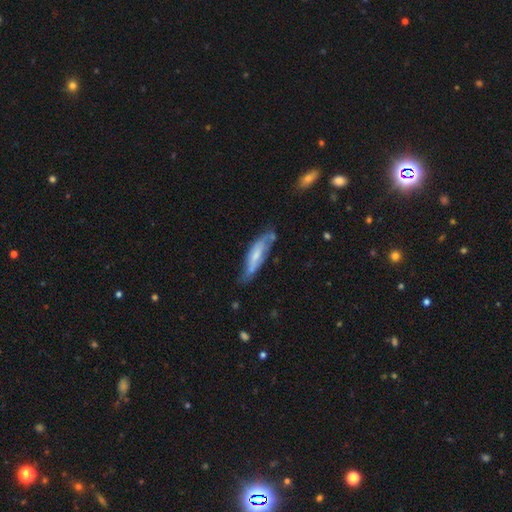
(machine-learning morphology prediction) A featured or disk galaxy (54%).

Vote fractions:
- Smooth or featured? featured or disk: 54% / smooth: 40% / star or artifact: 6%
- Edge-on disk? no: 61% / yes: 39%
- Merging? none: 56% / minor disturbance: 29% / major disturbance: 11% / merger: 4%